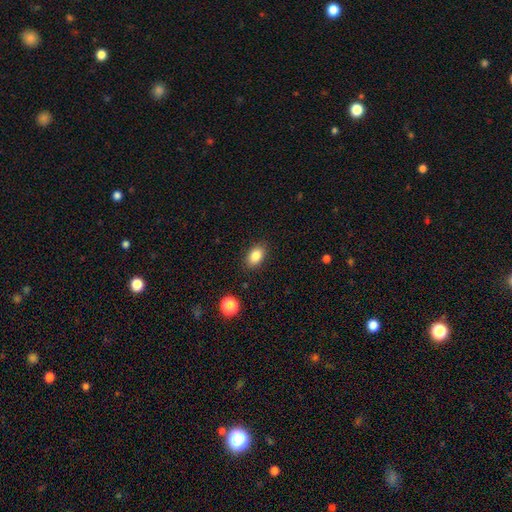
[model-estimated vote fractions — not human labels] This appears to be a smooth galaxy with no disk features (85%) that is in between round and cigar-shaped (85%). Merging: none (86%).